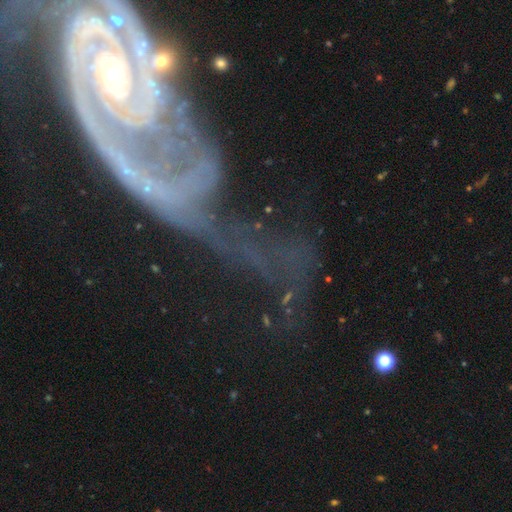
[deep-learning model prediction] Smooth or featured: featured or disk — 80% (star or artifact — 11%)
Edge-on disk: no — 93% (yes — 7%)
Bar: no — 61% (weak — 23%)
Spiral arms: yes — 82% (no — 18%)
Spiral winding: tight — 39% (medium — 34%)
Spiral arm count: 2 — 51% (can't tell — 18%)
Bulge size: small — 65% (moderate — 21%)
Merging: major disturbance — 41% (none — 30%)